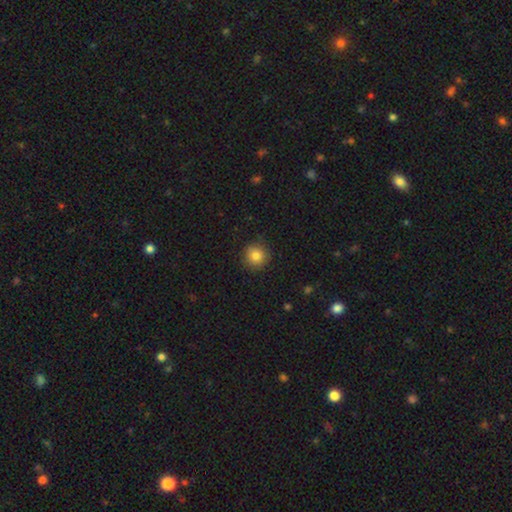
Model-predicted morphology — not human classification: This is clearly a smooth galaxy (83%). How rounded: clearly round (93%). Merging: clearly none (90%).